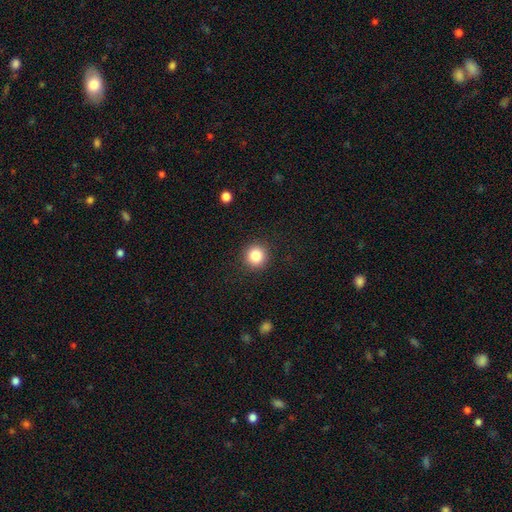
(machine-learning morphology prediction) This is clearly a smooth galaxy (85%). How rounded: clearly round (93%). Merging: clearly none (91%).